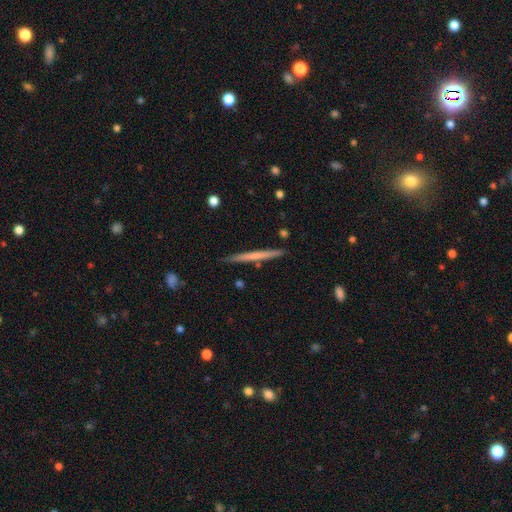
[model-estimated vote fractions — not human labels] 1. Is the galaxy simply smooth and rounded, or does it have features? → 49% smooth, 45% featured or disk, 5% star or artifact.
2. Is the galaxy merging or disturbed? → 89% none, 8% minor disturbance, 2% merger, 1% major disturbance.